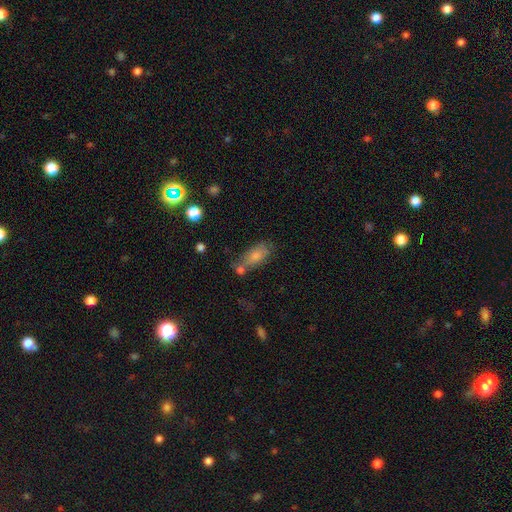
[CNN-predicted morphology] A smooth galaxy with no disk features (77%) that is in between round and cigar-shaped (86%).

Vote fractions:
- Smooth or featured? smooth: 77% / featured or disk: 15% / star or artifact: 8%
- How rounded? in between: 86% / cigar-shaped: 10% / round: 4%
- Merging? none: 47% / merger: 25% / minor disturbance: 20% / major disturbance: 9%